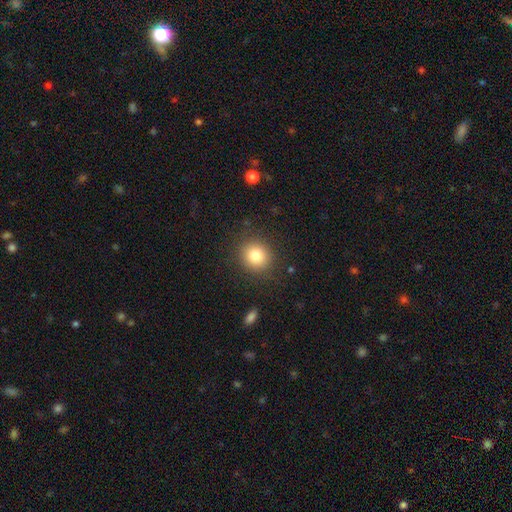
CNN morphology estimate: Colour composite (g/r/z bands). It shows a smooth galaxy with no disk features (82%) that is round (85%). Merging: none (87%).